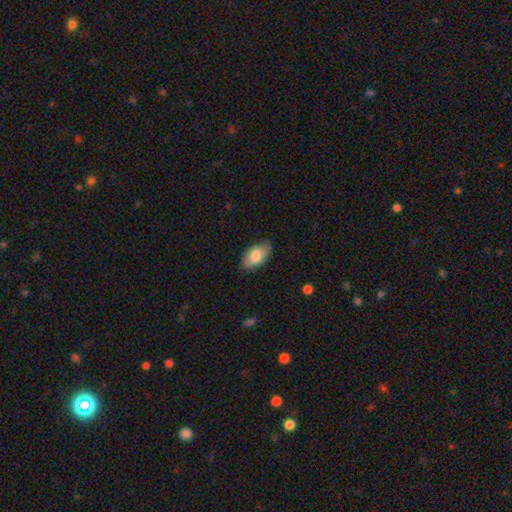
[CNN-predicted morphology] type=smooth (76%); roundness=in between (94%); merging=none (81%).